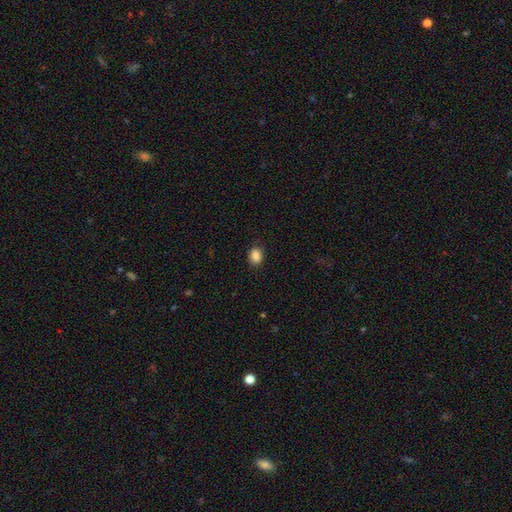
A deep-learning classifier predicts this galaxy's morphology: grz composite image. It shows a smooth galaxy with no disk features (87%) that is in between round and cigar-shaped (58%). Merging: none (86%).